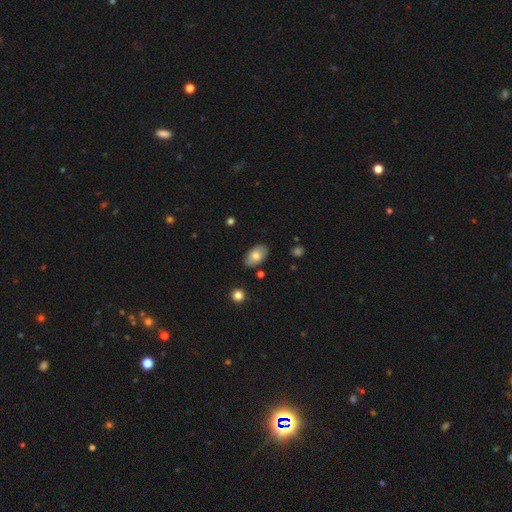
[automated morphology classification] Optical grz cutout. It shows a smooth galaxy with no disk features (78%) that is in between round and cigar-shaped (93%). Merging: none (82%).